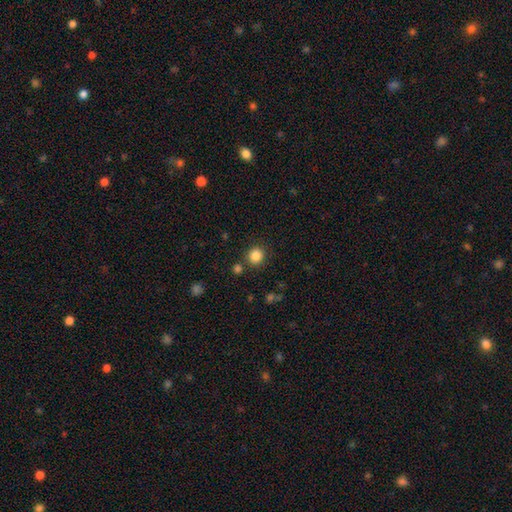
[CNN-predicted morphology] This is clearly a smooth galaxy (85%). How rounded: clearly round (89%). Merging: clearly none (84%).